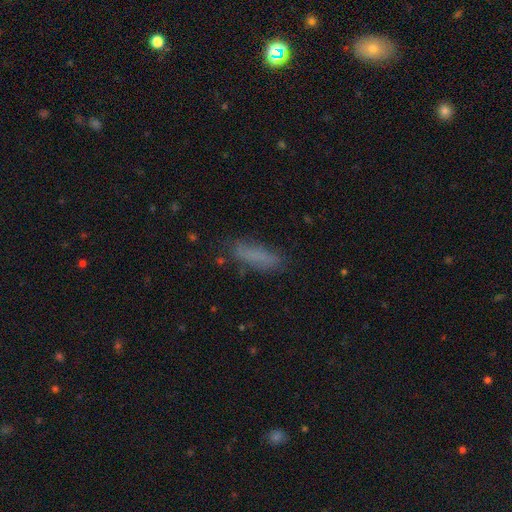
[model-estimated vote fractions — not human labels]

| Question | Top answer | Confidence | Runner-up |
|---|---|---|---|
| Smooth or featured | smooth | 76% | featured or disk (14%) |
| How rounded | cigar-shaped | 62% | in between (37%) |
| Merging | none | 73% | minor disturbance (18%) |